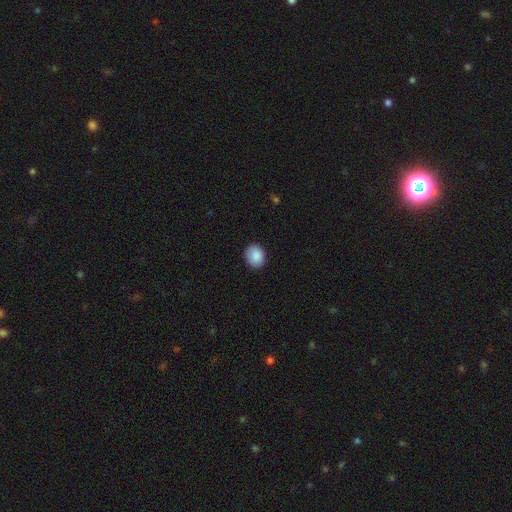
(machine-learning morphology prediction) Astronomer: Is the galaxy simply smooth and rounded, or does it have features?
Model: smooth — 89%.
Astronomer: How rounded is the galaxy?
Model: round — 59% (runner-up: in between, 40%).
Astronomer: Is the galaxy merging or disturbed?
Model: none — 86%.